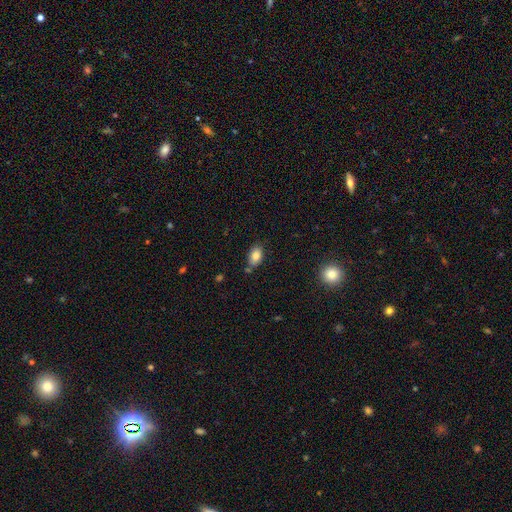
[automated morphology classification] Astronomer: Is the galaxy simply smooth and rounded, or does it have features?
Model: smooth — 83%.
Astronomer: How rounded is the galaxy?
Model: in between — 89%.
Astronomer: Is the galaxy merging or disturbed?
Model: none — 73%.